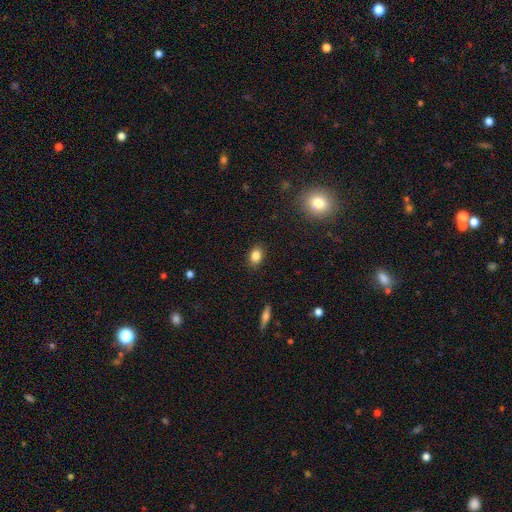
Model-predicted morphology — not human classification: Smooth or featured? Predicted: smooth (p=0.83). How rounded? Predicted: in between (p=0.69). Merging? Predicted: none (p=0.88).